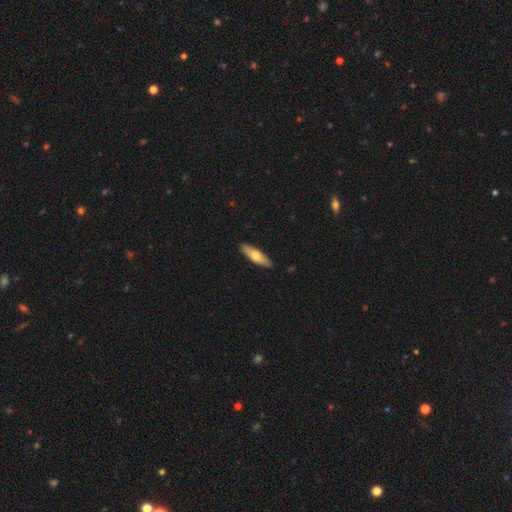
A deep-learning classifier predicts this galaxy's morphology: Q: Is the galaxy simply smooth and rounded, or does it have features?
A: smooth — 62%.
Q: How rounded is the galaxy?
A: cigar-shaped — 58%.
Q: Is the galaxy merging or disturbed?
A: none — 89%.